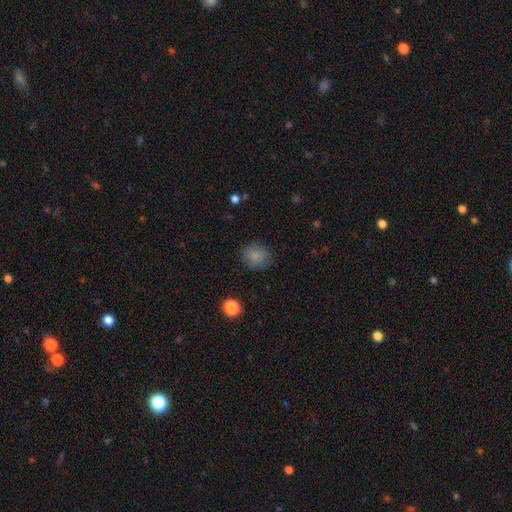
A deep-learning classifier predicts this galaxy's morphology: A smooth galaxy with no disk features (84%) that is round (76%). Merging: none (82%).